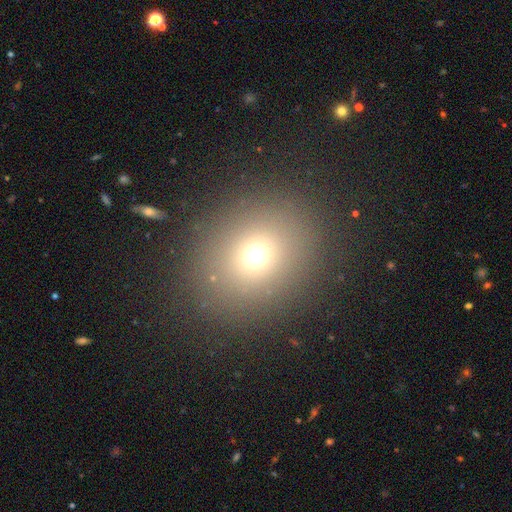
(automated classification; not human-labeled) Smooth or featured? smooth (69%)
How rounded? round (70%)
Merging? none (86%)